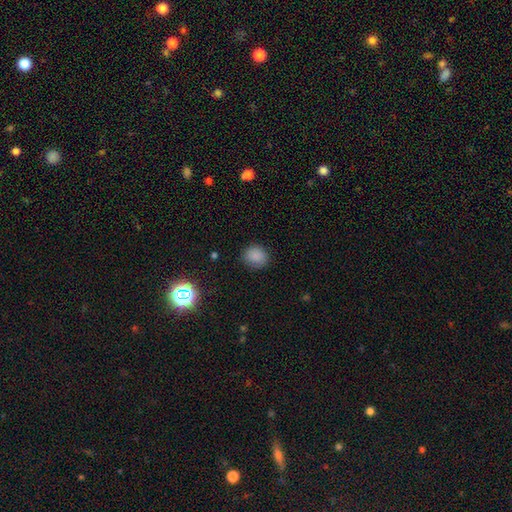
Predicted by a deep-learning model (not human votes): Smooth or featured: smooth — 84% (star or artifact — 12%)
How rounded: round — 75% (in between — 24%)
Merging: none — 84% (minor disturbance — 12%)